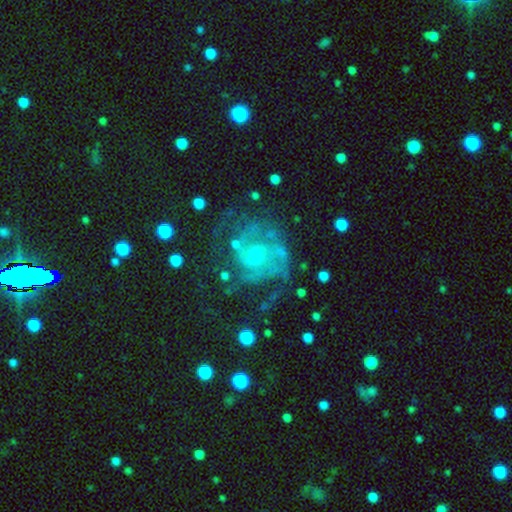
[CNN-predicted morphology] Smooth or featured: featured or disk — 82% (smooth — 10%)
Edge-on disk: no — 98% (yes — 2%)
Bar: no — 69% (weak — 26%)
Spiral arms: yes — 92% (no — 8%)
Spiral winding: medium — 43% (tight — 42%)
Spiral arm count: can't tell — 28% (3 — 24%)
Bulge size: moderate — 46% (small — 41%)
Merging: none — 58% (major disturbance — 20%)